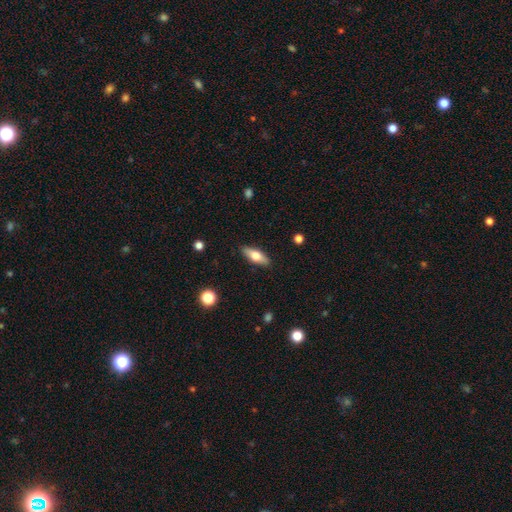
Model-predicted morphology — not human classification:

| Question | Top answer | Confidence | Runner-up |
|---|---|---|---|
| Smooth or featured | smooth | 58% | featured or disk (36%) |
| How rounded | in between | 59% | cigar-shaped (38%) |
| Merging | none | 88% | minor disturbance (8%) |